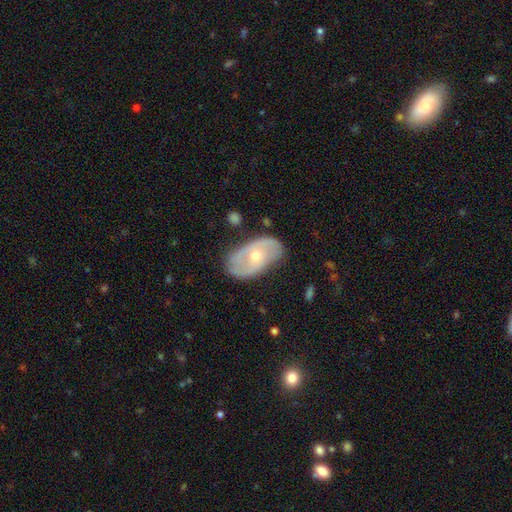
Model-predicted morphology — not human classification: This is likely a featured or disk galaxy (66%). It is clearly not viewed edge-on (93%). Bar: likely no (64%). Spiral arm pattern: likely yes (70%). Central bulge: possibly moderate (55%). Merging: likely none (72%).